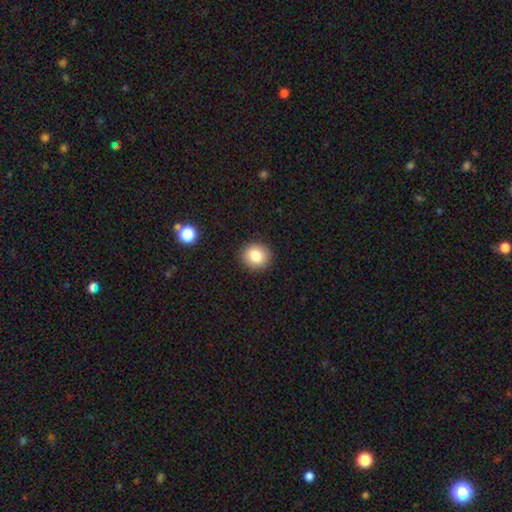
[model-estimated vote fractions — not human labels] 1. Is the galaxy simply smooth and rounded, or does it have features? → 83% smooth, 10% star or artifact, 7% featured or disk.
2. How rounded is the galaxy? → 86% round, 13% in between, 1% cigar-shaped.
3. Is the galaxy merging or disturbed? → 91% none, 6% minor disturbance, 2% major disturbance, 1% merger.